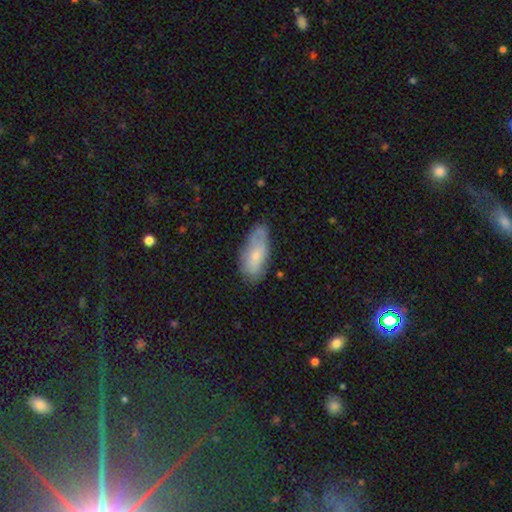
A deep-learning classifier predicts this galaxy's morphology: Q: Smooth or featured?
A: smooth (65%); runner-up: featured or disk (28%)
Q: How rounded?
A: in between (84%); runner-up: cigar-shaped (13%)
Q: Merging?
A: none (58%); runner-up: minor disturbance (30%)